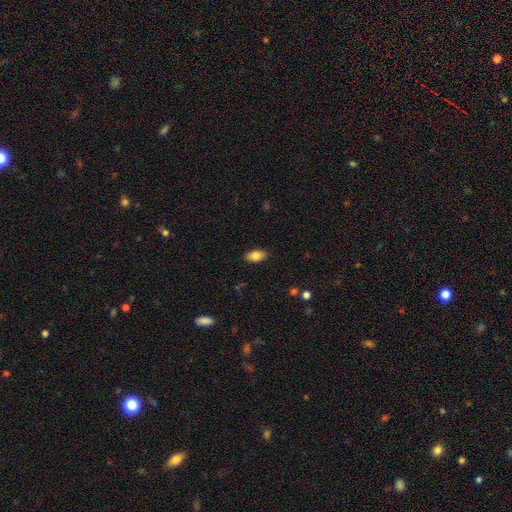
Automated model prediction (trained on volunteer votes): Morphology: type=smooth (83%); roundness=in between (92%); merging=none (87%).